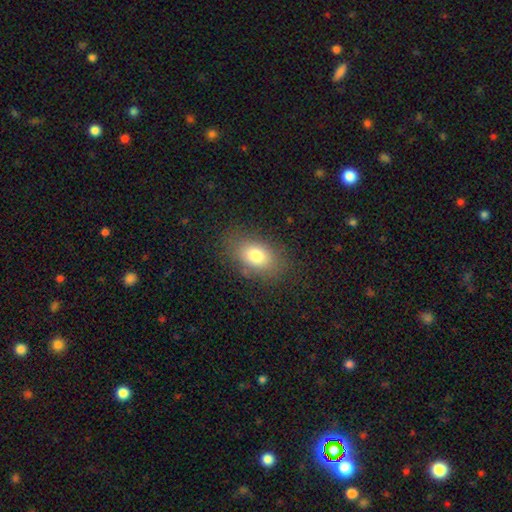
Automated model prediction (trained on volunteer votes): Smooth or featured? smooth (78%)
How rounded? in between (83%)
Merging? none (80%)